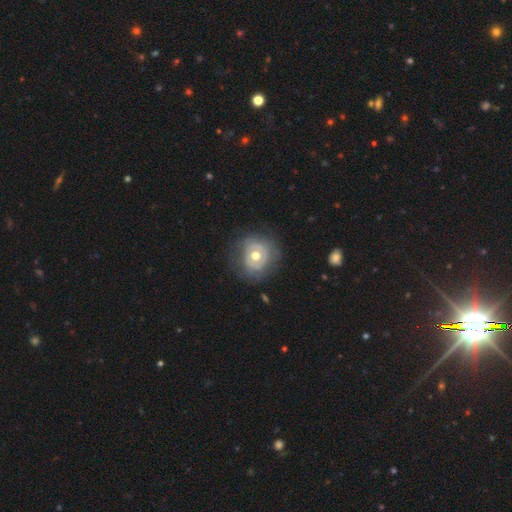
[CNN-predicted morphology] A featured or disk galaxy (60%) with no bar (83%), no spiral arms (64%) and a moderate central bulge (78%). Merging: none (71%).